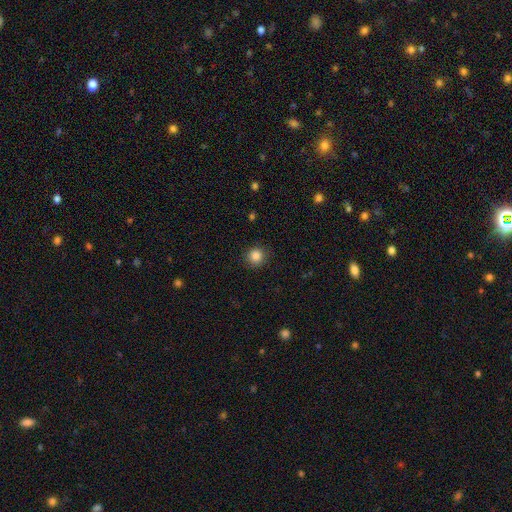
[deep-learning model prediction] Overall: smooth (85%). How rounded: round (92%). Merging: none (88%).